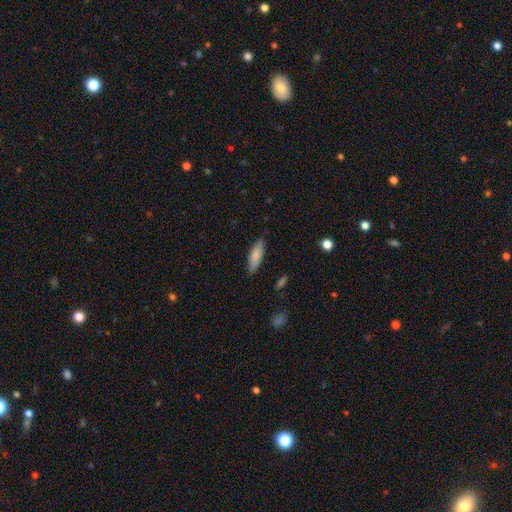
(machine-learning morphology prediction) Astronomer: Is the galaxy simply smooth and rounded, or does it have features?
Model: smooth — 82%.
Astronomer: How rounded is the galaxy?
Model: in between — 50% (runner-up: cigar-shaped, 49%).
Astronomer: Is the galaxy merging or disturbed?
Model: none — 83%.